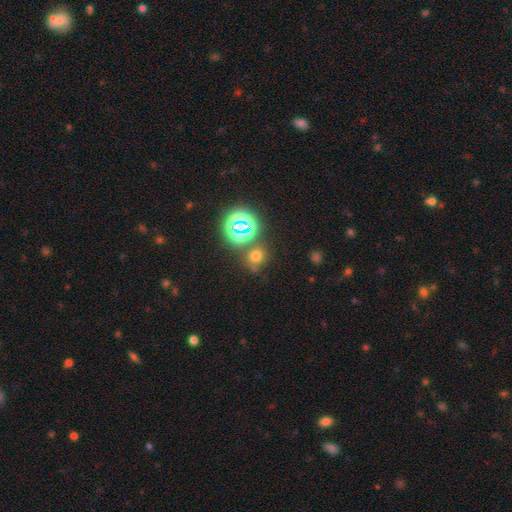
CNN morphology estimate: Overall: smooth (58%; star or artifact 33%). How rounded: round (81%). Merging: none (72%).